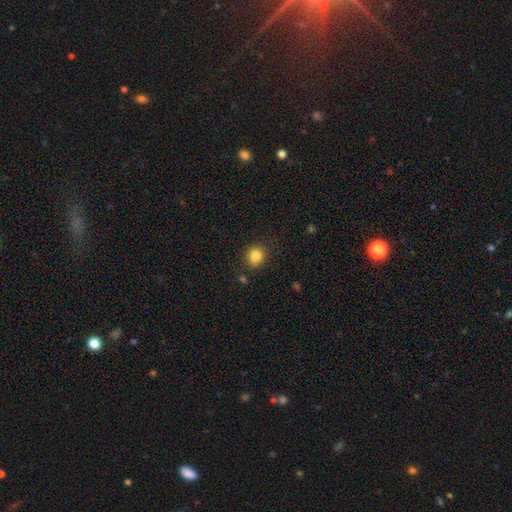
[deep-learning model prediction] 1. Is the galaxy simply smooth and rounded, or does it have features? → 83% smooth, 11% star or artifact, 6% featured or disk.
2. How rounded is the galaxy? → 79% round, 20% in between, 1% cigar-shaped.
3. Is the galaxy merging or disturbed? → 78% none, 14% minor disturbance, 5% merger, 3% major disturbance.